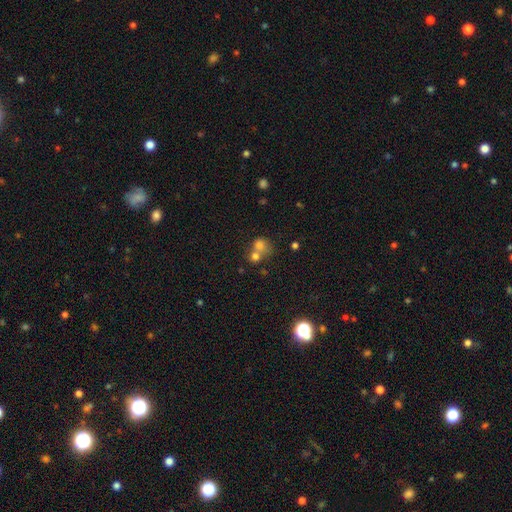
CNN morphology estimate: smooth_or_featured: smooth (p=0.72) [alt: star or artifact p=0.15]
how_rounded: round (p=0.76) [alt: in between p=0.23]
merging: merger (p=0.57) [alt: none p=0.32]